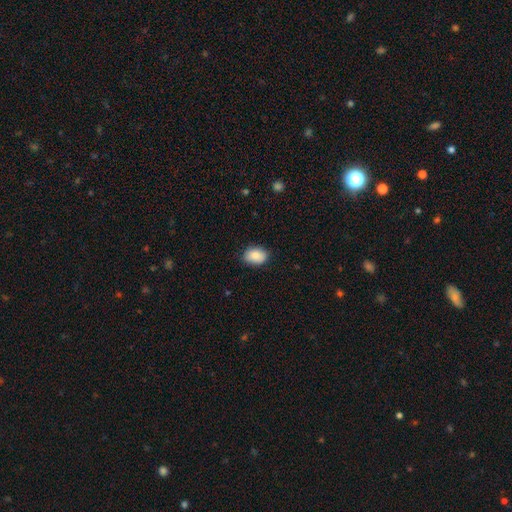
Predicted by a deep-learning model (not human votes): This is clearly a smooth galaxy (85%). How rounded: likely in between (77%). Merging: clearly none (85%).